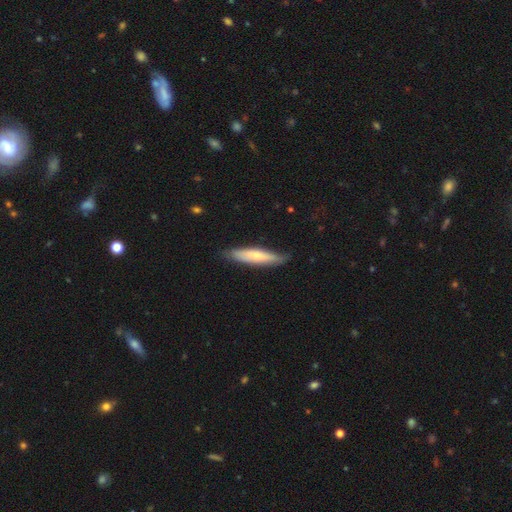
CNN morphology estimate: This appears to be a smooth galaxy with no disk features (65%) that is cigar-shaped (81%). Merging: none (80%).